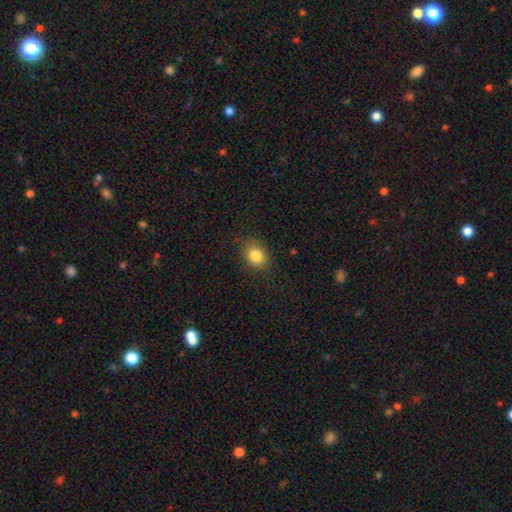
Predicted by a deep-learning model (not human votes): smooth_or_featured: smooth (p=0.84) [alt: star or artifact p=0.10]
how_rounded: in between (p=0.58) [alt: round p=0.41]
merging: none (p=0.84) [alt: minor disturbance p=0.12]